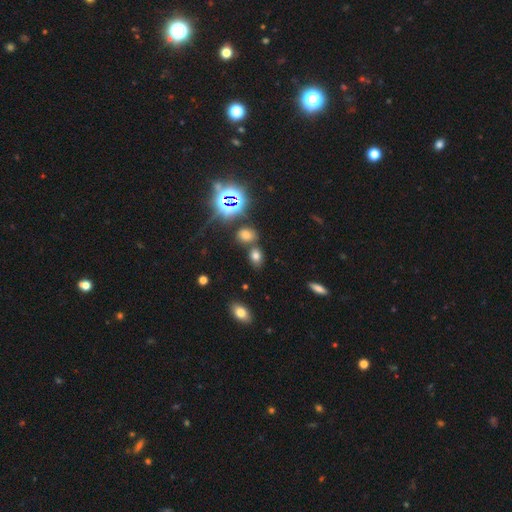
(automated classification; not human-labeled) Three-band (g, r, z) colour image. It shows a smooth galaxy with no disk features (66%) that is in between round and cigar-shaped (74%). Merging: none (68%).